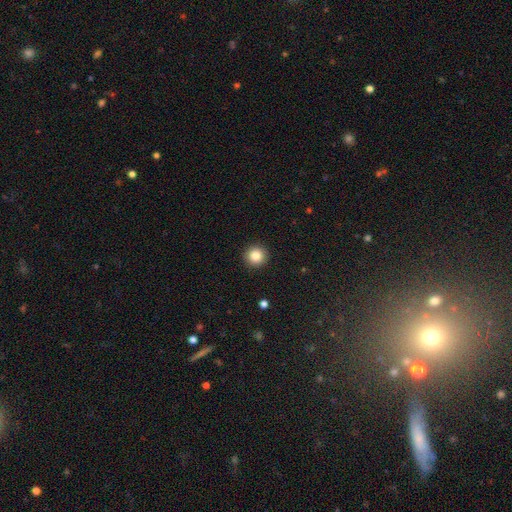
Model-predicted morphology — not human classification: Smooth or featured? Predicted: smooth (p=0.84). How rounded? Predicted: round (p=0.96). Merging? Predicted: none (p=0.93).